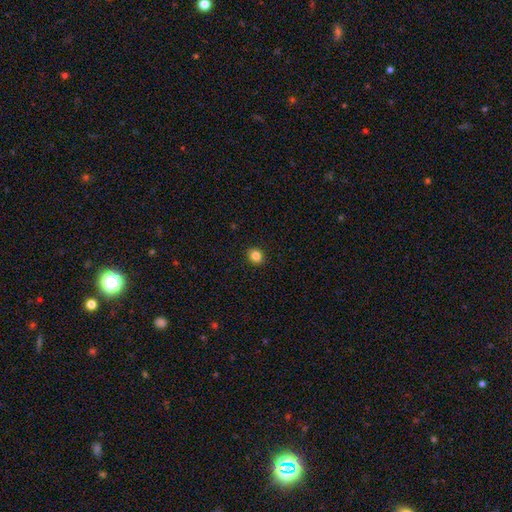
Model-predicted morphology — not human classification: smooth_or_featured: smooth (p=0.84) [alt: star or artifact p=0.11]
how_rounded: round (p=0.81) [alt: in between p=0.19]
merging: none (p=0.92) [alt: minor disturbance p=0.06]